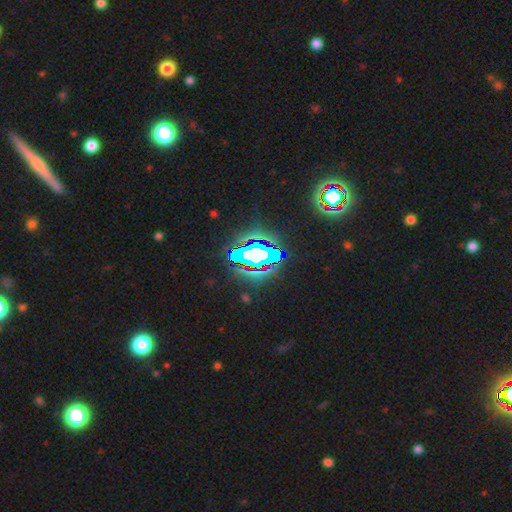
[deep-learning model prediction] Smooth or featured? Predicted: star or artifact (p=0.64).